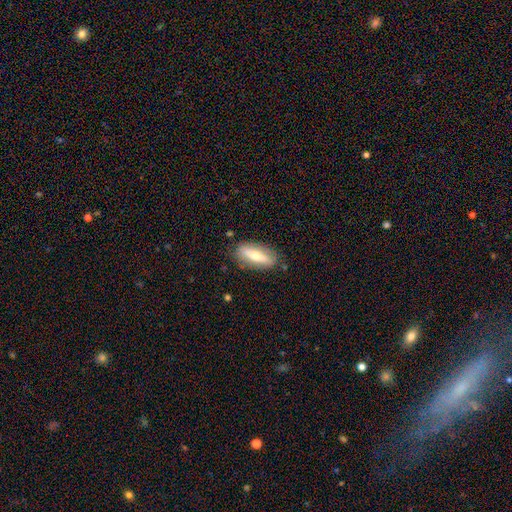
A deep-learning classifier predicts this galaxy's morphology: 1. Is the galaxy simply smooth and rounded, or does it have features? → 49% smooth, 44% featured or disk, 7% star or artifact.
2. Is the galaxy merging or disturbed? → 83% none, 12% minor disturbance, 3% major disturbance, 1% merger.